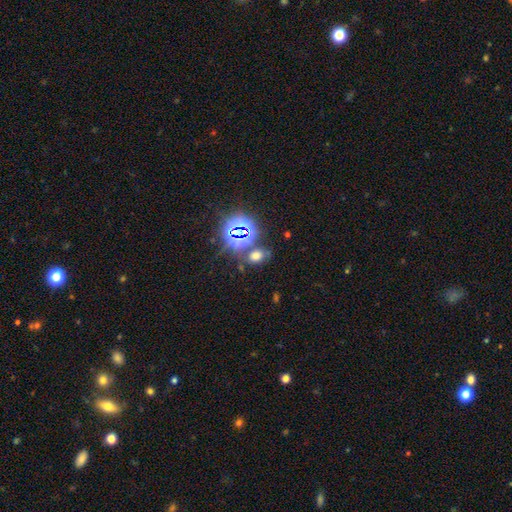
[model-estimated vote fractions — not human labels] Smooth or featured: smooth — 51% (star or artifact — 40%)
How rounded: in between — 67% (round — 31%)
Merging: none — 69% (minor disturbance — 14%)